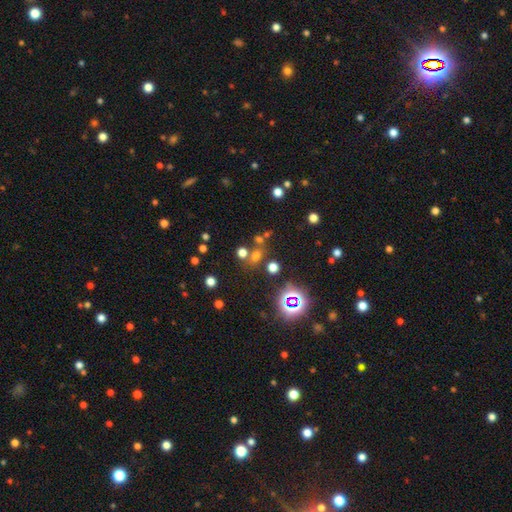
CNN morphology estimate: Smooth or featured? Predicted: smooth (p=0.47). Merging? Predicted: none (p=0.67).